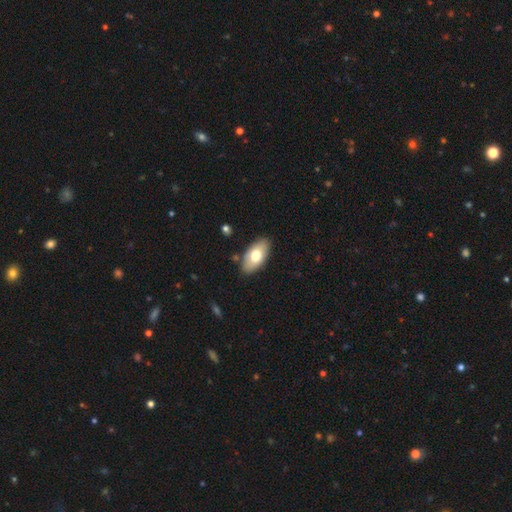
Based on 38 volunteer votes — This appears to be a smooth galaxy with no disk features (76%) that is in between round and cigar-shaped (86%). Merging: none (81%).